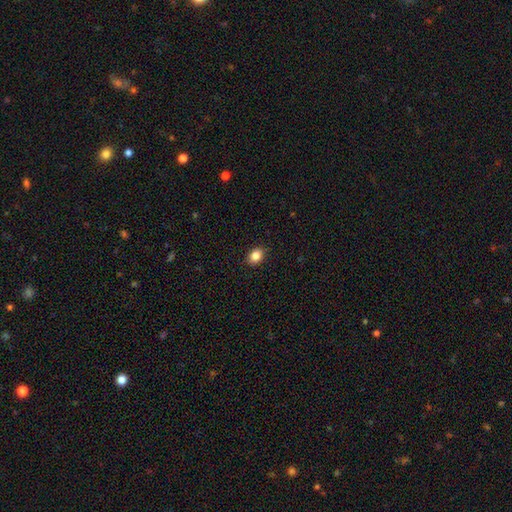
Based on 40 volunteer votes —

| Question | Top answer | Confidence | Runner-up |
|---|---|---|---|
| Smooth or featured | smooth | 80% | featured or disk (10%) |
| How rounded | in between | 56% | round (44%) |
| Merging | none | 97% | minor disturbance (3%) |